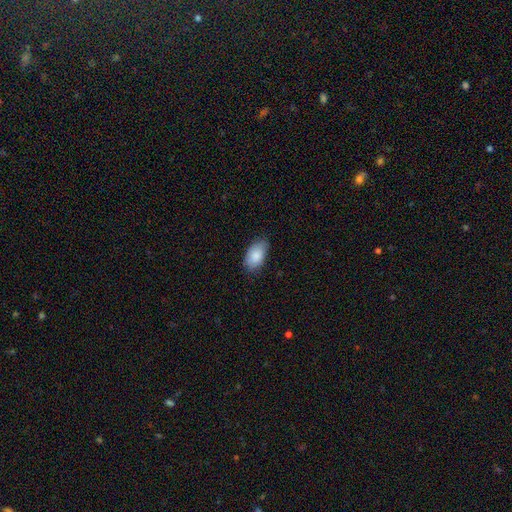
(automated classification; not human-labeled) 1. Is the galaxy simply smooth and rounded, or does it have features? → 87% smooth, 7% featured or disk, 6% star or artifact.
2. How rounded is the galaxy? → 94% in between, 4% round, 2% cigar-shaped.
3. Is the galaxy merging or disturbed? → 77% none, 19% minor disturbance, 3% major disturbance, 1% merger.